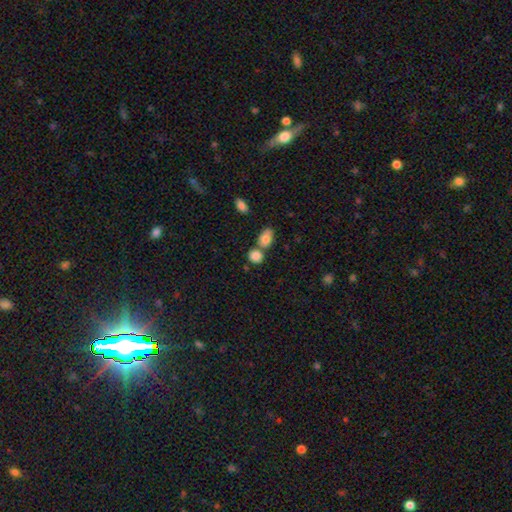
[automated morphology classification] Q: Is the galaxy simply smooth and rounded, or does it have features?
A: smooth — 84%.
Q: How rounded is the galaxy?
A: round — 65%.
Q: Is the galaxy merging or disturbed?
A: none — 51%.